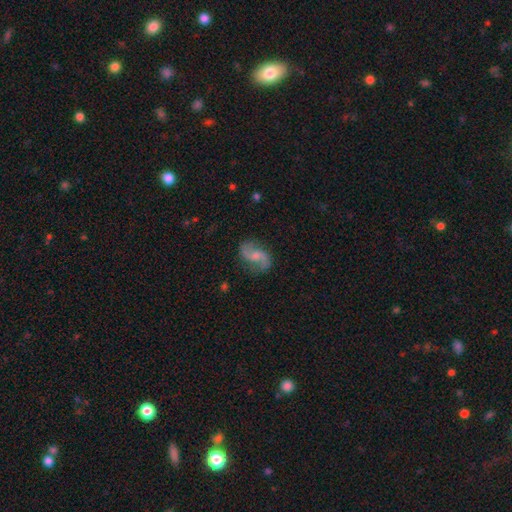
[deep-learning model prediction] Smooth or featured: featured or disk — 85% (smooth — 10%)
Edge-on disk: no — 98% (yes — 2%)
Bar: no — 47% (weak — 44%)
Spiral arms: yes — 97% (no — 3%)
Spiral winding: loose — 61% (medium — 32%)
Spiral arm count: 2 — 93% (can't tell — 2%)
Bulge size: small — 36% (tied with moderate — 36%)
Merging: none — 80% (minor disturbance — 14%)